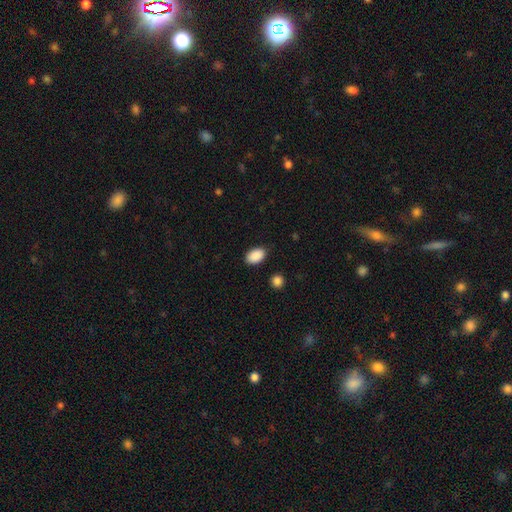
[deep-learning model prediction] smooth-or-featured: smooth: 90% | star or artifact: 7% | featured or disk: 3%
  how-rounded: in between: 90% | round: 9% | cigar-shaped: 1%
  merging: none: 87% | minor disturbance: 9% | major disturbance: 2% | merger: 1%